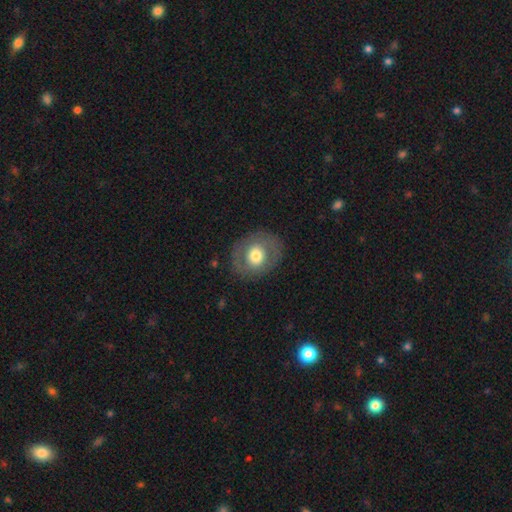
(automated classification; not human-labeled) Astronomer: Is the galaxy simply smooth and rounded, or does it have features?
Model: smooth — 59%.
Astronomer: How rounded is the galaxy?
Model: round — 64%.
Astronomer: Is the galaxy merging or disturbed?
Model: none — 82%.